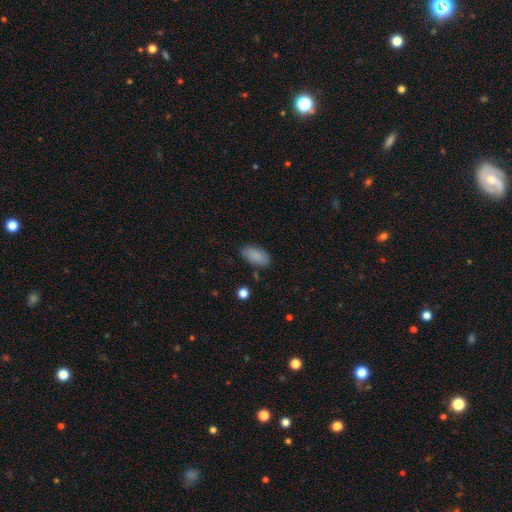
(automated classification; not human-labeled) Smooth or featured? smooth (86%)
How rounded? in between (93%)
Merging? none (79%)